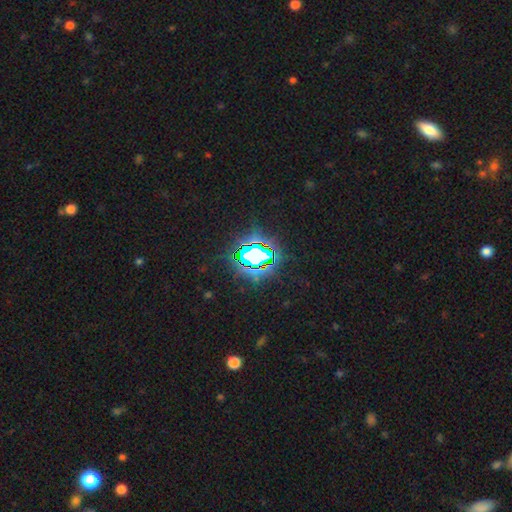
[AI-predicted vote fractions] Smooth or featured? Predicted: star or artifact (p=0.75).